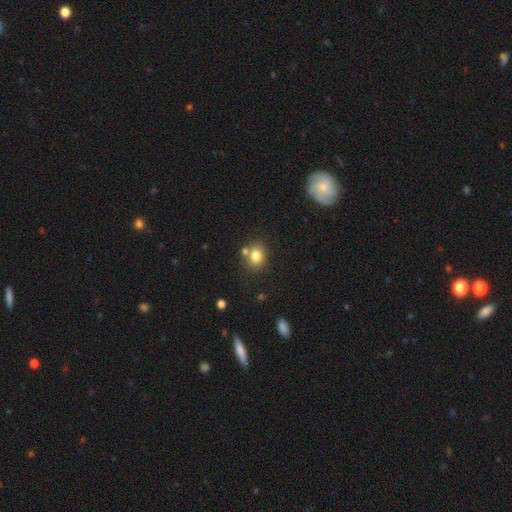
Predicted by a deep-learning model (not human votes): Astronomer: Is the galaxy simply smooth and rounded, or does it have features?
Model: smooth — 80%.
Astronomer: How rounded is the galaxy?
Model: round — 55% (runner-up: in between, 44%).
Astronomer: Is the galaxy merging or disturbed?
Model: none — 67%.